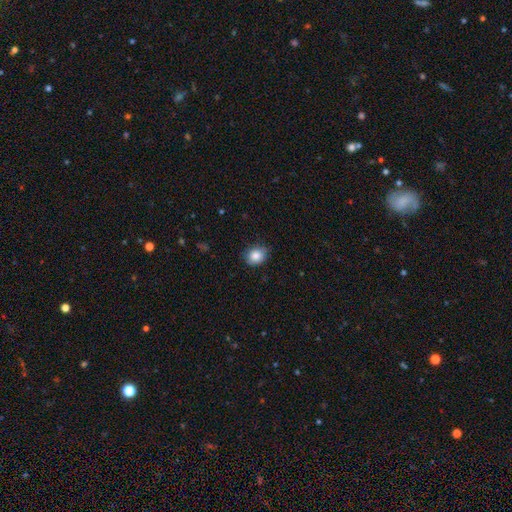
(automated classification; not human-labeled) A smooth galaxy with no disk features (85%) that is round (59%). Merging: none (77%).